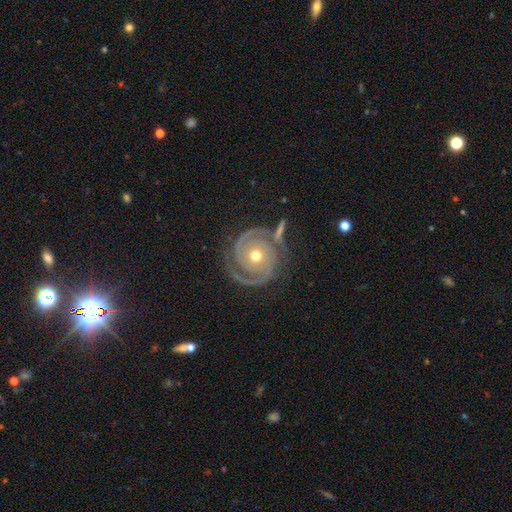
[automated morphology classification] type=featured or disk (90%); edge-on=no (98%); bar=no (80%); spiral arms=yes (97%); winding=tight (75%); arm count=2 (86%); bulge=moderate (69%); merging=none (75%).